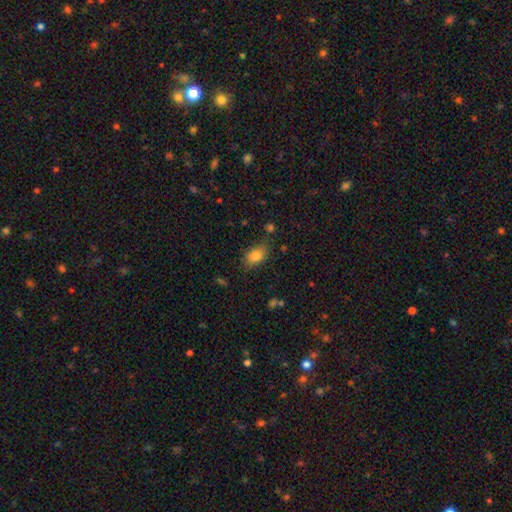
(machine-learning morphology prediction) Smooth or featured? smooth (82%)
How rounded? in between (83%)
Merging? none (77%)